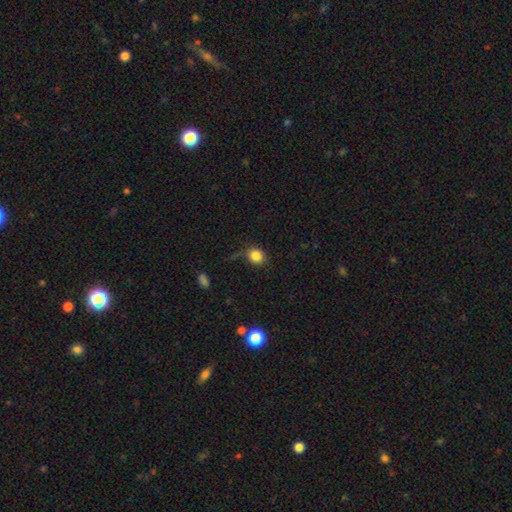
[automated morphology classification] This is clearly a smooth galaxy (84%). How rounded: likely round (72%). Merging: likely none (71%).